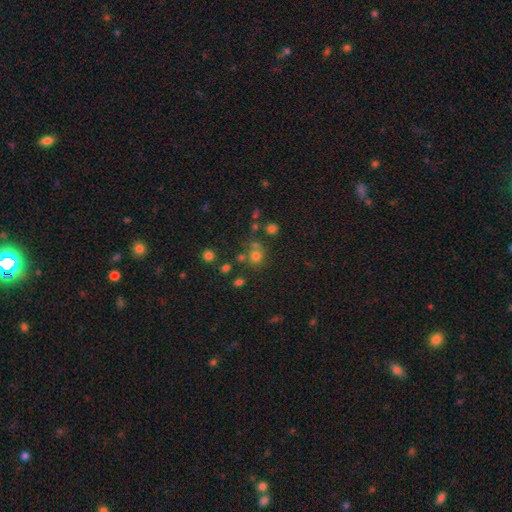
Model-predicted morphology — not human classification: This is likely a smooth galaxy (68%). How rounded: clearly round (85%). Merging: likely none (62%).